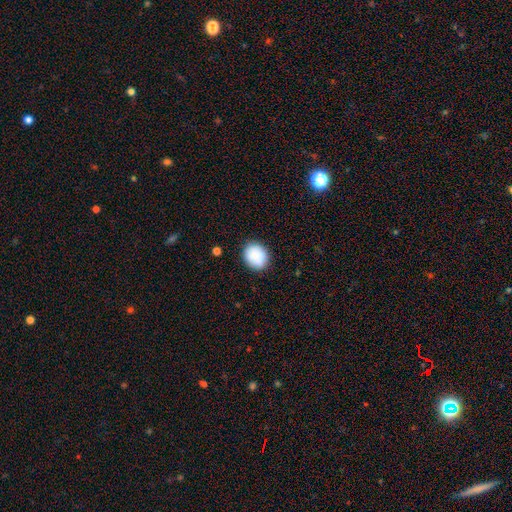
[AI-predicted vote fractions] Smooth or featured: smooth — 87% (star or artifact — 7%)
How rounded: round — 61% (in between — 38%)
Merging: none — 86% (minor disturbance — 10%)